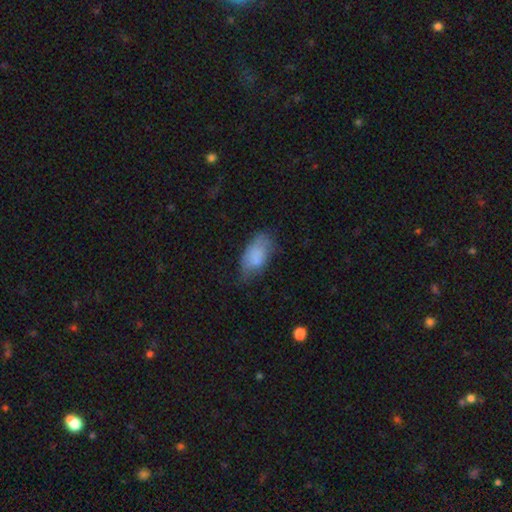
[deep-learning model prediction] smooth_or_featured: smooth (p=0.79) [alt: featured or disk p=0.13]
how_rounded: in between (p=0.92) [alt: round p=0.05]
merging: none (p=0.51) [alt: minor disturbance p=0.34]